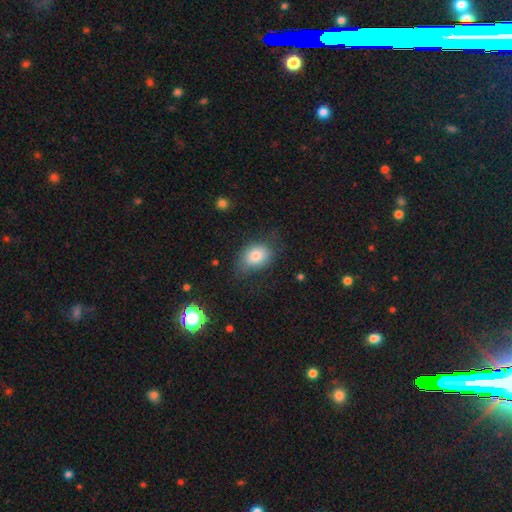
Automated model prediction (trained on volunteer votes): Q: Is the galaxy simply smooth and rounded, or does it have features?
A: smooth — 80%.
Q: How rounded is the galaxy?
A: in between — 69%.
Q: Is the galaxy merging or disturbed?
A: none — 64%.